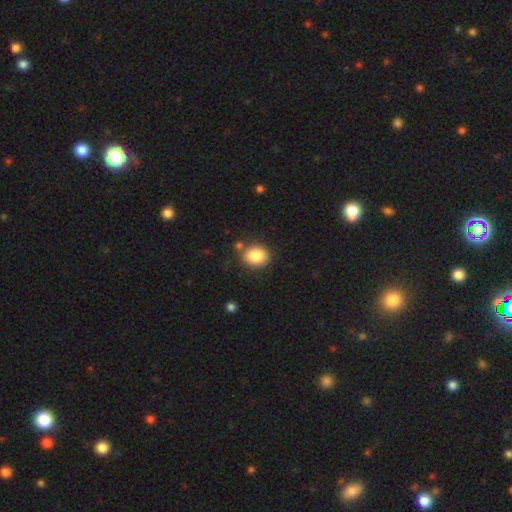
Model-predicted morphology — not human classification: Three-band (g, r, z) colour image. It shows a smooth galaxy with no disk features (85%) that is round (57%). Merging: none (81%).